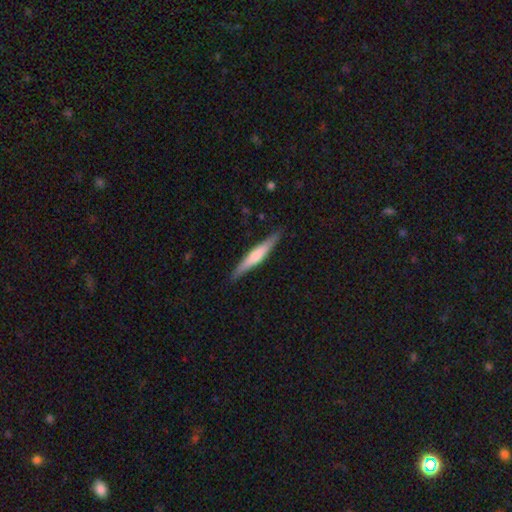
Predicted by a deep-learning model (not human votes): smooth_or_featured: featured or disk (p=0.51) [alt: smooth p=0.44]
disk_edge_on: yes (p=0.96) [alt: no p=0.04]
merging: none (p=0.89) [alt: minor disturbance p=0.08]